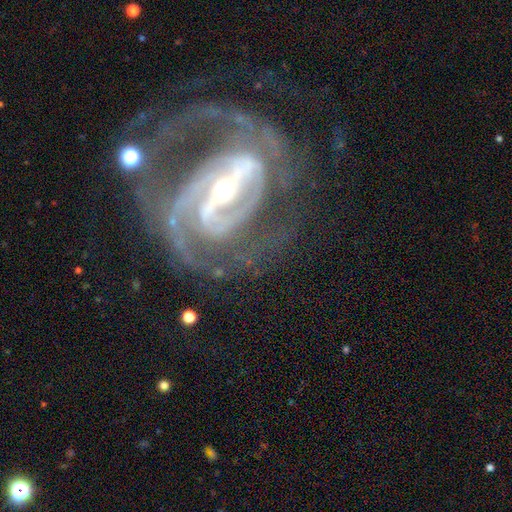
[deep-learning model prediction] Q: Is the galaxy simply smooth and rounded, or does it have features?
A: featured or disk — 91%.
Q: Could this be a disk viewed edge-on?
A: no — 96%.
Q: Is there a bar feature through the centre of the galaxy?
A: strong — 74%.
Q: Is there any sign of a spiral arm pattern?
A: yes — 96%.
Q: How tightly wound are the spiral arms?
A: tight — 46%.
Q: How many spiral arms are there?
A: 2 — 59%.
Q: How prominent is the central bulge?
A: small — 52%.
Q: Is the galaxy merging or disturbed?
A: none — 51%.